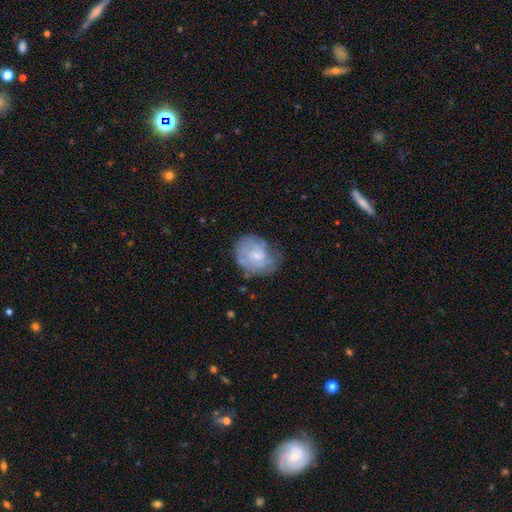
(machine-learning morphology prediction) Smooth or featured: featured or disk — 53% (smooth — 40%)
Edge-on disk: no — 97% (yes — 3%)
Bar: no — 69% (weak — 28%)
Spiral arms: yes — 69% (no — 31%)
Bulge size: small — 61% (moderate — 28%)
Merging: none — 55% (minor disturbance — 29%)